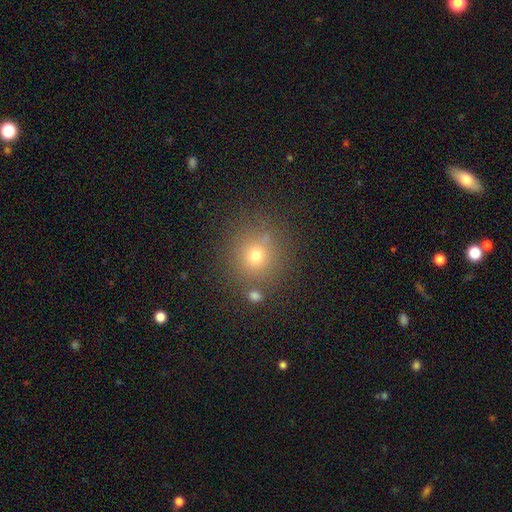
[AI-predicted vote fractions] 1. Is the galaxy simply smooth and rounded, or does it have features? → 70% smooth, 19% star or artifact, 11% featured or disk.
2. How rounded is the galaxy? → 91% round, 8% in between, 1% cigar-shaped.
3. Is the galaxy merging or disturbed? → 80% none, 10% minor disturbance, 6% merger, 4% major disturbance.